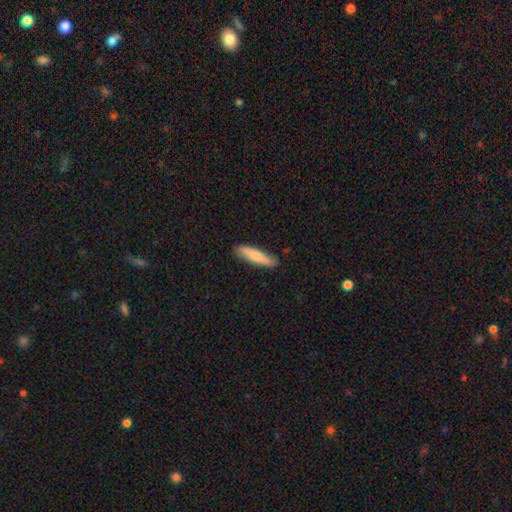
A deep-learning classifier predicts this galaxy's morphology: This is likely a smooth galaxy (75%). How rounded: clearly cigar-shaped (81%). Merging: clearly none (85%).